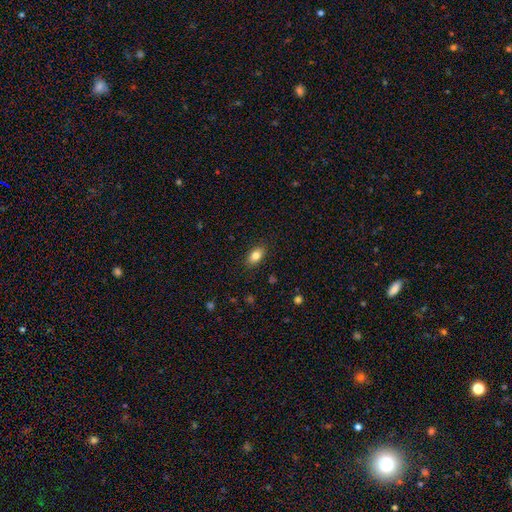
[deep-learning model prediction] Q: Smooth or featured?
A: smooth (83%); runner-up: star or artifact (9%)
Q: How rounded?
A: in between (87%); runner-up: round (11%)
Q: Merging?
A: none (87%); runner-up: minor disturbance (9%)